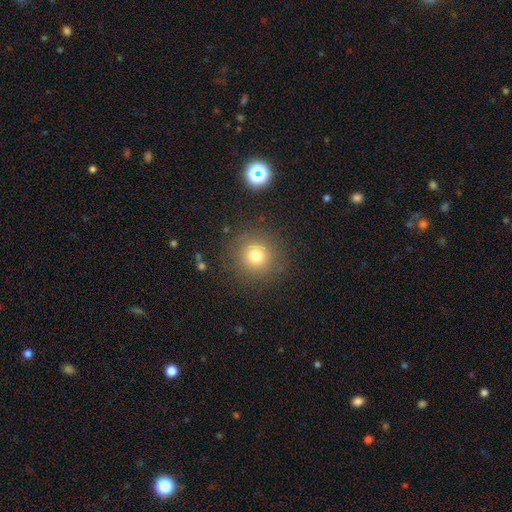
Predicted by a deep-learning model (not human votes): smooth 75%, star or artifact 15%, featured or disk 10%. Down the decision tree: how rounded — round (94%); merging — none (87%).